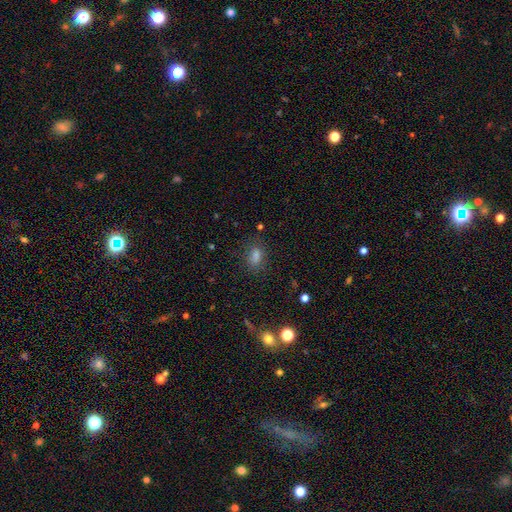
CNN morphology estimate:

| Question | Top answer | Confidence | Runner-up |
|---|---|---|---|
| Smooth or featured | smooth | 73% | star or artifact (20%) |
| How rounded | in between | 73% | round (24%) |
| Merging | none | 79% | minor disturbance (13%) |